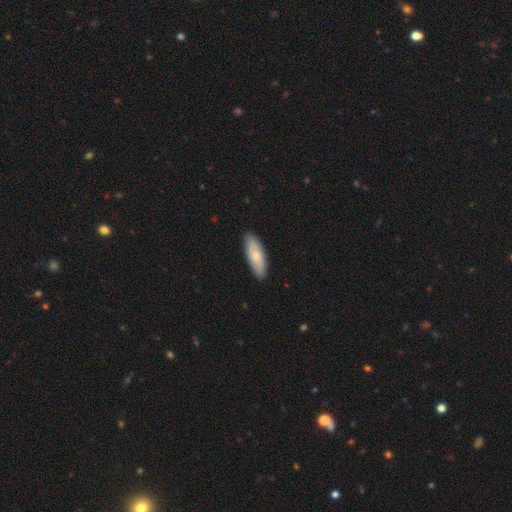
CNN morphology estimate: smooth-or-featured: smooth: 69% | featured or disk: 26% | star or artifact: 5%
  how-rounded: in between: 63% | cigar-shaped: 34% | round: 2%
  merging: none: 87% | minor disturbance: 10% | major disturbance: 2% | merger: 1%